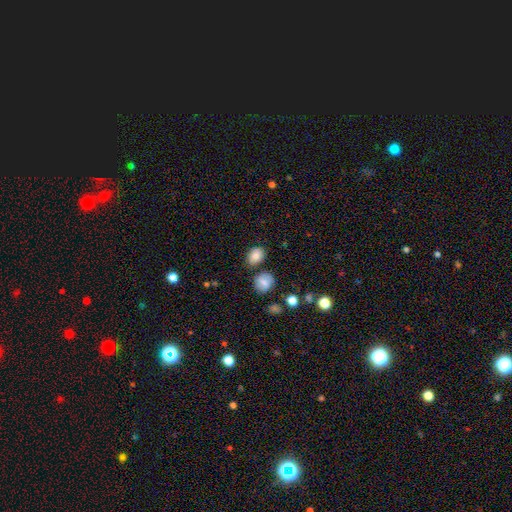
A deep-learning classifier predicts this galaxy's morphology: Smooth or featured? Predicted: smooth (p=0.79). How rounded? Predicted: in between (p=0.60). Merging? Predicted: none (p=0.74).